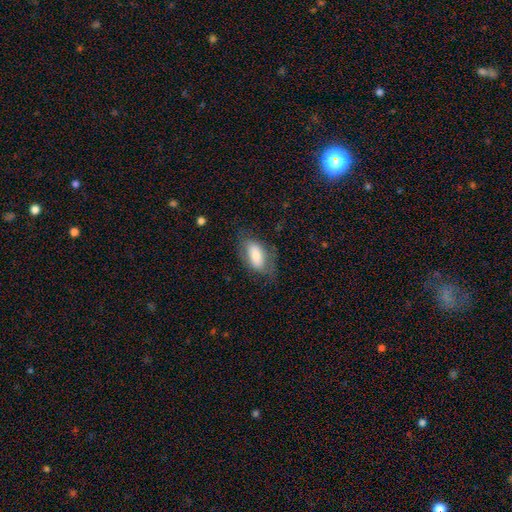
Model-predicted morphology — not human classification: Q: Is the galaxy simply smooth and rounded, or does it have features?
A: smooth — 67%.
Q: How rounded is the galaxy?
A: in between — 91%.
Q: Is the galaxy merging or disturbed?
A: none — 62%.